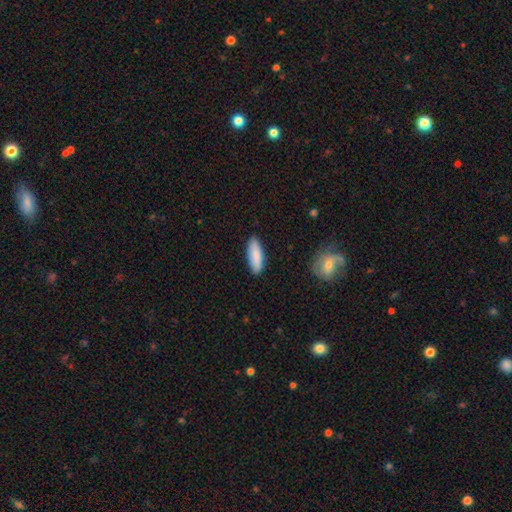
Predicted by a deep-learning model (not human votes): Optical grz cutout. It shows a smooth galaxy with no disk features (85%) that is in between round and cigar-shaped (61%). Merging: none (87%).